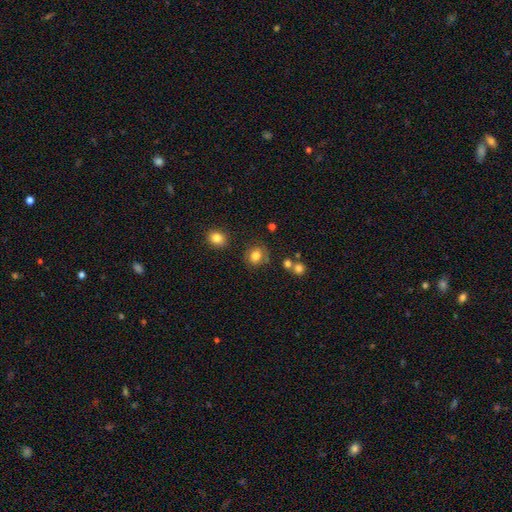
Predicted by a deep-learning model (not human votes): The model was most divided on "how rounded": round: 67%, in between: 32%, cigar-shaped: 1%. More confident: smooth or featured — smooth (76%); merging — none (73%).